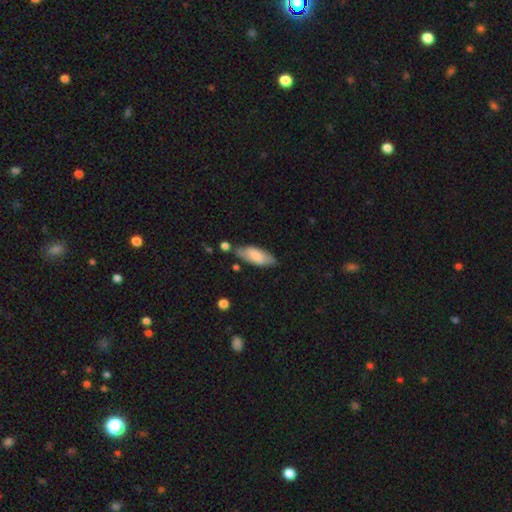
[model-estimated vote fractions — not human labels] This is likely a smooth galaxy (70%). How rounded: likely in between (76%). Merging: likely none (64%).